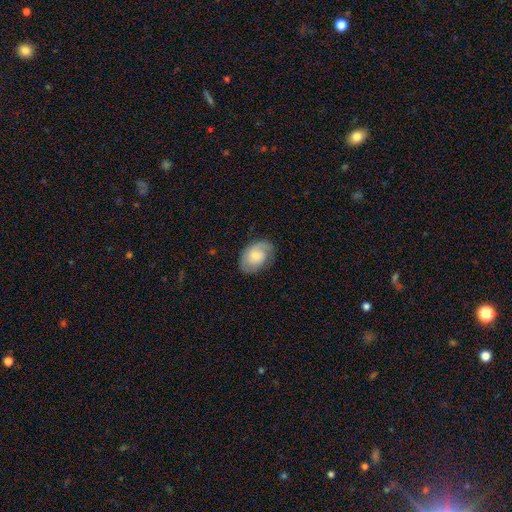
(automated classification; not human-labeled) A smooth galaxy with no disk features (54%) that is in between round and cigar-shaped (82%). Merging: none (73%).